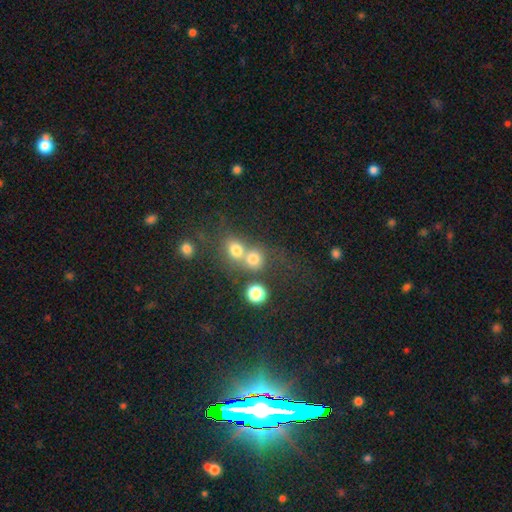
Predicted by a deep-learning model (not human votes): Smooth or featured? smooth (67%)
How rounded? round (78%)
Merging? merger (56%)